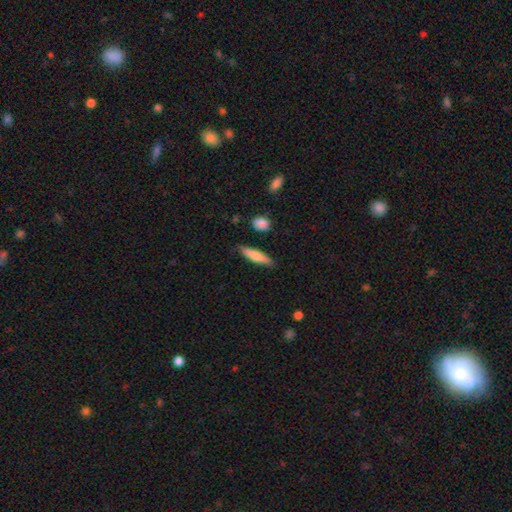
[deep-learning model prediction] smooth 75%, featured or disk 19%, star or artifact 6%. Down the decision tree: how rounded — cigar-shaped (76%); merging — none (84%).